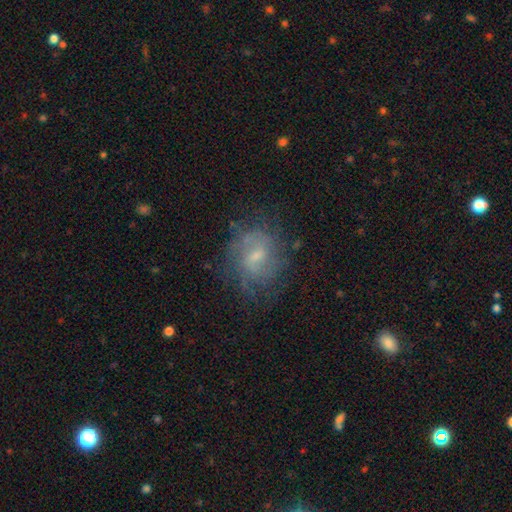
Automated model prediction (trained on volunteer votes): Morphology: type=featured or disk (63%); edge-on=no (97%); bar=weak (55%); spiral arms=yes (76%); bulge=small (55%); merging=none (64%).